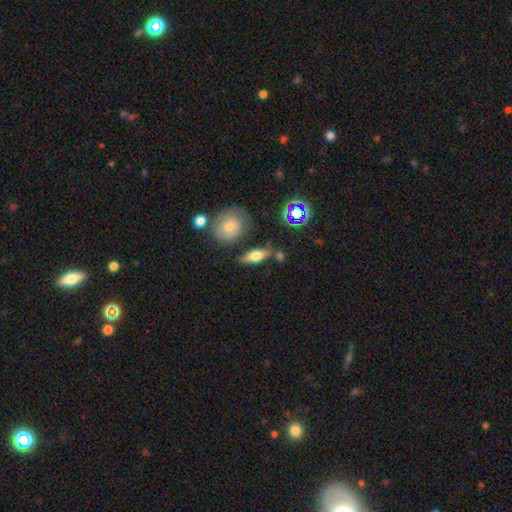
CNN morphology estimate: Smooth or featured?
  - smooth: 56% *
  - featured or disk: 34%
  - star or artifact: 10%
How rounded?
  - in between: 60% *
  - cigar-shaped: 32%
  - round: 8%
Merging?
  - none: 71% *
  - minor disturbance: 15%
  - merger: 9%
  - major disturbance: 5%